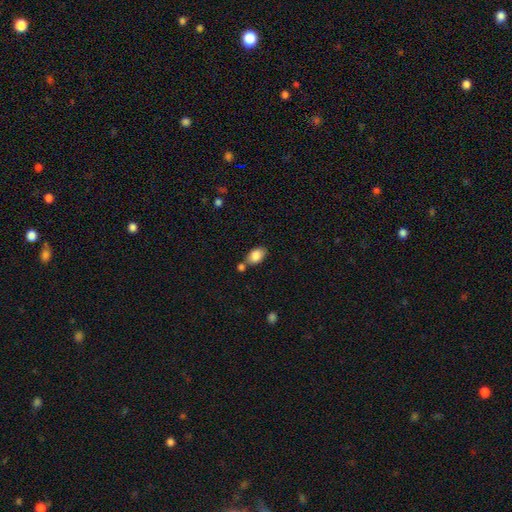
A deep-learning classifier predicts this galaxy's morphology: Smooth or featured?
  - smooth: 86% *
  - star or artifact: 7%
  - featured or disk: 7%
How rounded?
  - in between: 89% *
  - round: 9%
  - cigar-shaped: 2%
Merging?
  - none: 63% *
  - merger: 20%
  - minor disturbance: 14%
  - major disturbance: 4%